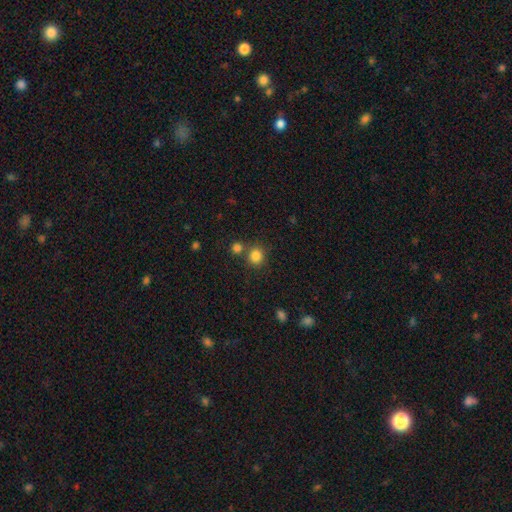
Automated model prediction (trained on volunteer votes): Morphology: type=smooth (83%); roundness=round (86%); merging=none (69%).